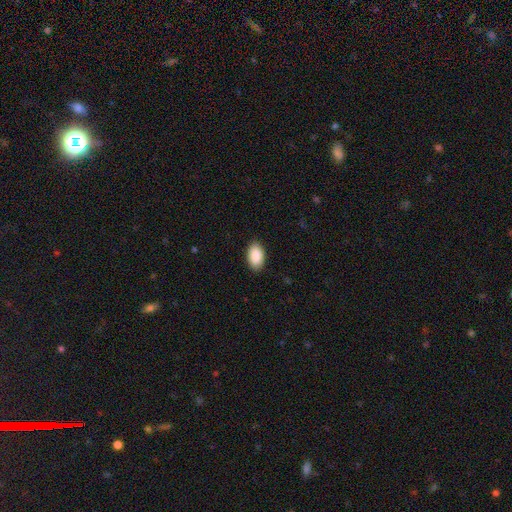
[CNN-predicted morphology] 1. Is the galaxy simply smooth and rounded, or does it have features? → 91% smooth, 6% star or artifact, 3% featured or disk.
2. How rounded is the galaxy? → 95% in between, 4% round, 1% cigar-shaped.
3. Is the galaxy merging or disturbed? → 88% none, 9% minor disturbance, 2% major disturbance, 1% merger.